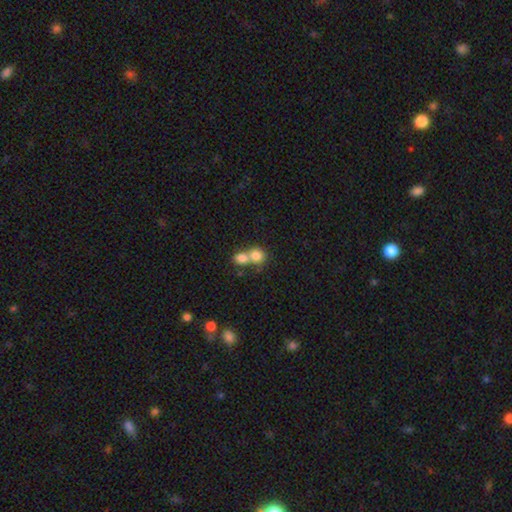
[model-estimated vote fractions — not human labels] smooth_or_featured: smooth (p=0.79) [alt: featured or disk p=0.11]
how_rounded: round (p=0.73) [alt: in between p=0.26]
merging: merger (p=0.64) [alt: none p=0.28]